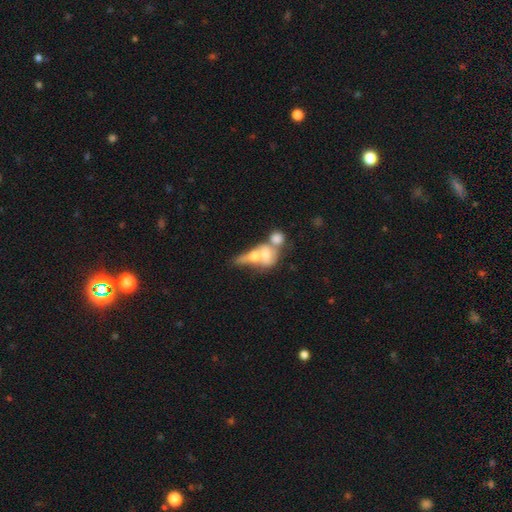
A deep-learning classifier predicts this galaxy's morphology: Smooth or featured?
  - featured or disk: 52% *
  - smooth: 33%
  - star or artifact: 15%
Edge-on disk?
  - no: 73% *
  - yes: 27%
Merging?
  - merger: 67% *
  - none: 15%
  - major disturbance: 12%
  - minor disturbance: 7%